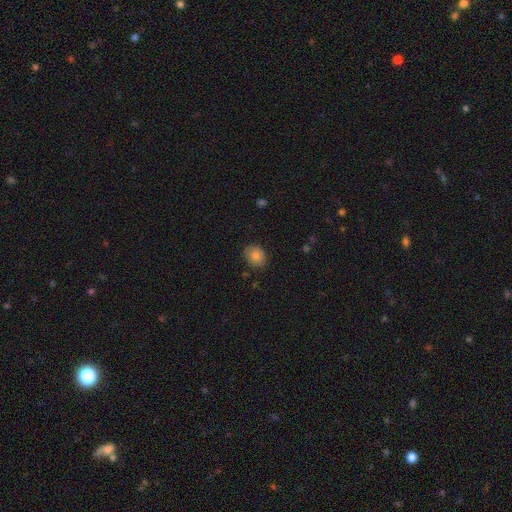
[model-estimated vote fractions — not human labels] Smooth or featured? Predicted: smooth (p=0.81). How rounded? Predicted: round (p=0.56). Merging? Predicted: none (p=0.81).